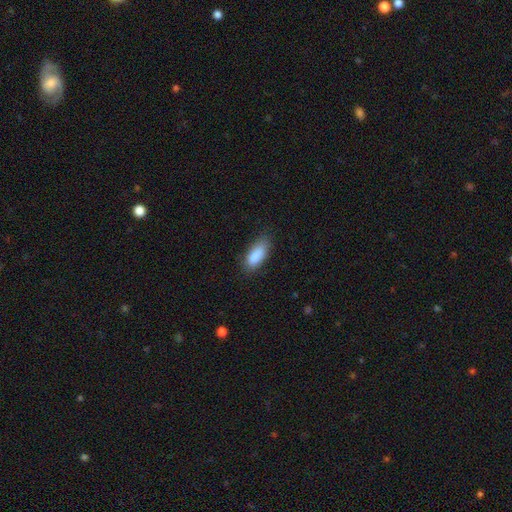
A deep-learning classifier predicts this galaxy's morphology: Smooth or featured? smooth (88%)
How rounded? in between (80%)
Merging? none (77%)